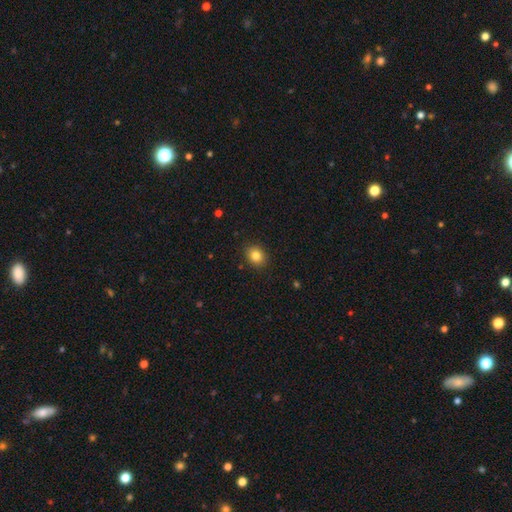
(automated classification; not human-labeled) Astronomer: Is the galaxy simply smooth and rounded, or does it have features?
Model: smooth — 84%.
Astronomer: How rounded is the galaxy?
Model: round — 57% (runner-up: in between, 42%).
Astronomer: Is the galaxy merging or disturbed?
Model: none — 89%.